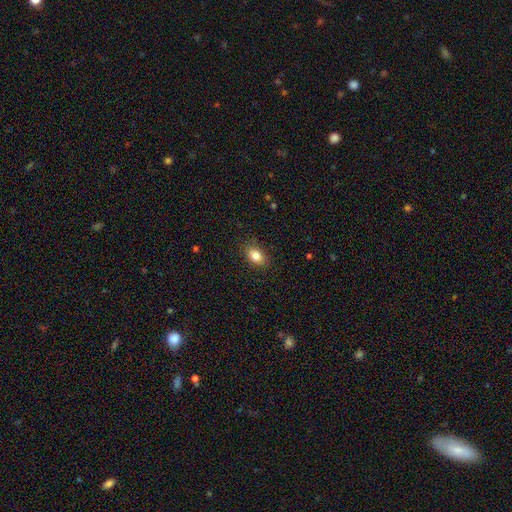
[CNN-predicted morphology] smooth-or-featured: smooth: 83% | featured or disk: 9% | star or artifact: 9%
  how-rounded: in between: 85% | round: 13% | cigar-shaped: 2%
  merging: none: 85% | minor disturbance: 11% | major disturbance: 3% | merger: 1%